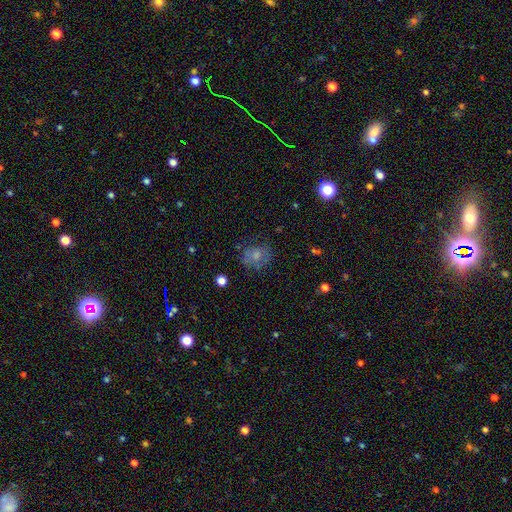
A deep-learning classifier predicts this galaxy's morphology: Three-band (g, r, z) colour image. It shows a smooth galaxy with no disk features (63%) that is round (57%). Merging: none (59%).